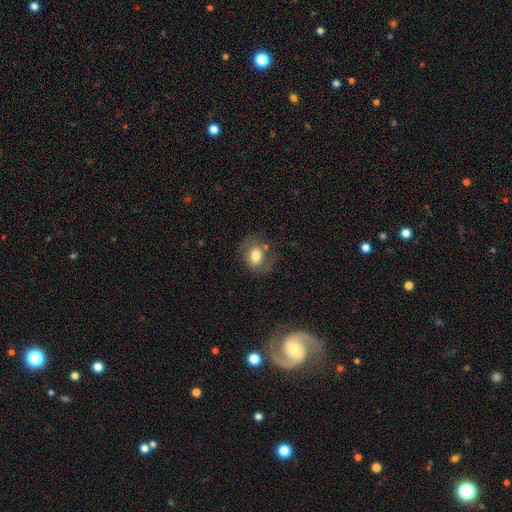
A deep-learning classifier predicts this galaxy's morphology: smooth_or_featured: smooth (p=0.67) [alt: featured or disk p=0.24]
how_rounded: in between (p=0.58) [alt: round p=0.41]
merging: none (p=0.59) [alt: minor disturbance p=0.22]